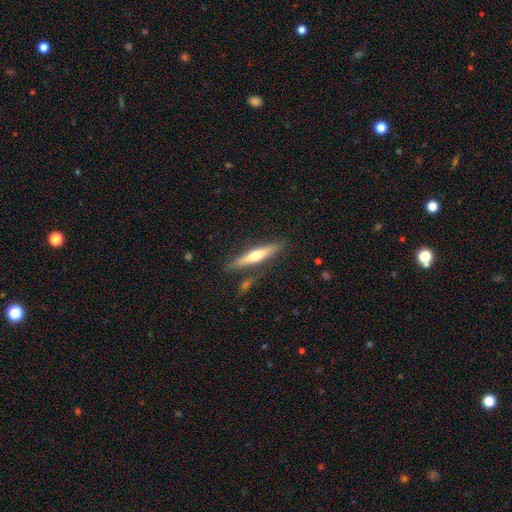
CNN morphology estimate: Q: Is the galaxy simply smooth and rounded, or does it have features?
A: featured or disk — 49%.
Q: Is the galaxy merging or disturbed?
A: none — 81%.